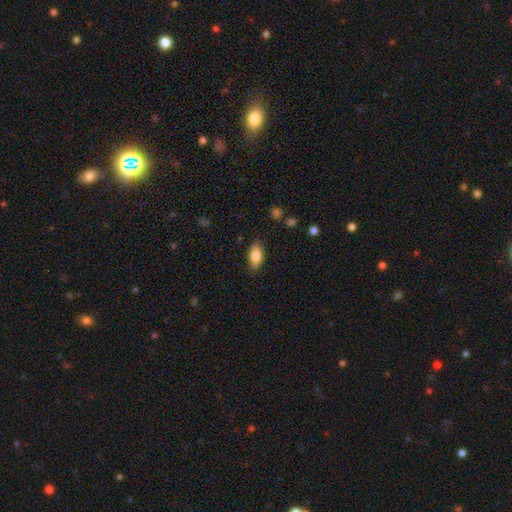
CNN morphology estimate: A smooth galaxy with no disk features (81%) that is in between round and cigar-shaped (85%). Merging: none (85%).